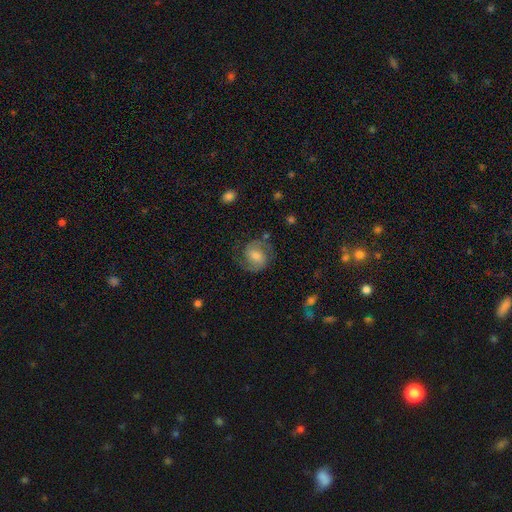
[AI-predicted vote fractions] smooth_or_featured: featured or disk (p=0.74) [alt: smooth p=0.18]
disk_edge_on: no (p=0.98) [alt: yes p=0.02]
bar: weak (p=0.51) [alt: no p=0.31]
has_spiral_arms: yes (p=0.94) [alt: no p=0.06]
spiral_winding: medium (p=0.54) [alt: tight p=0.28]
spiral_arm_count: 2 (p=0.89) [alt: can't tell p=0.05]
bulge_size: moderate (p=0.49) [alt: small p=0.28]
merging: none (p=0.75) [alt: minor disturbance p=0.15]